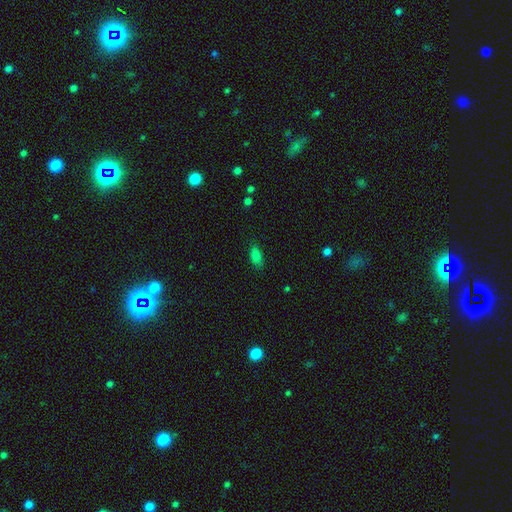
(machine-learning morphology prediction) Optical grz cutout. It shows a smooth galaxy with no disk features (83%) that is in between round and cigar-shaped (86%). Merging: none (80%).